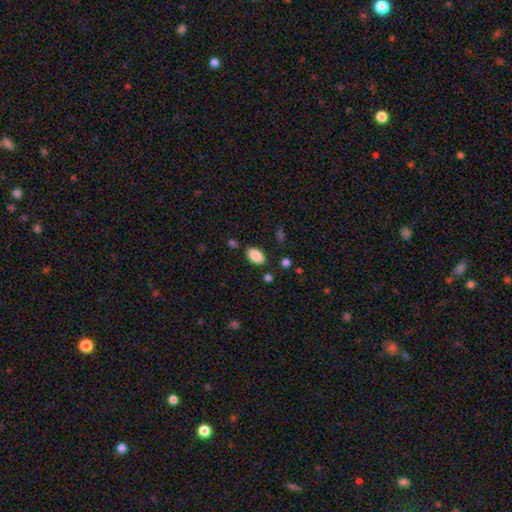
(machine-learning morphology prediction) type=smooth (89%); roundness=in between (94%); merging=none (82%).